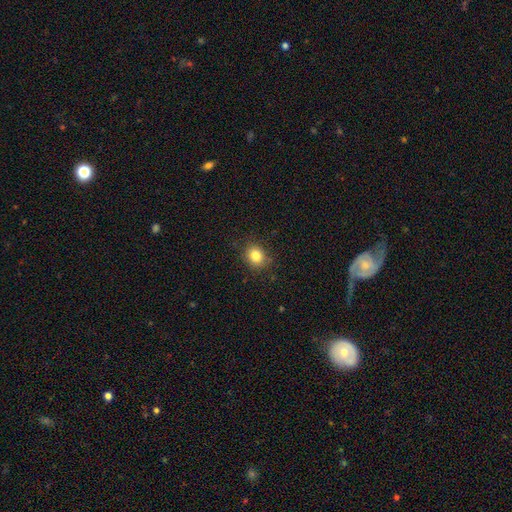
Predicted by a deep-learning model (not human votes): The model was most divided on "how rounded": round: 68%, in between: 31%, cigar-shaped: 1%. More confident: merging — none (86%); smooth or featured — smooth (83%).